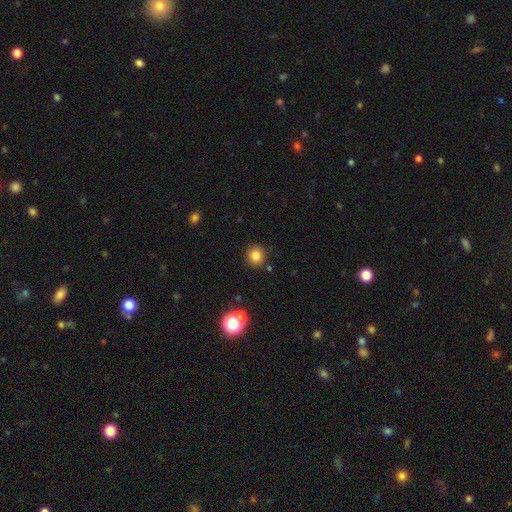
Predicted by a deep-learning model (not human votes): This is clearly a smooth galaxy (81%). How rounded: clearly round (91%). Merging: clearly none (88%).